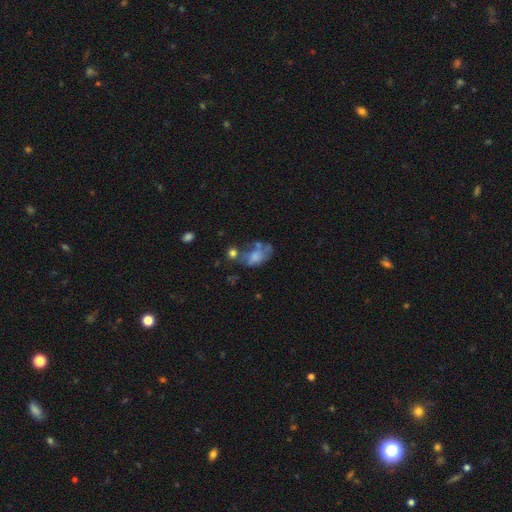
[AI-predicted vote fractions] A smooth galaxy with no disk features (47%).

Vote fractions:
- Smooth or featured? smooth: 47% / featured or disk: 41% / star or artifact: 12%
- Merging? major disturbance: 29% / merger: 26% / none: 25% / minor disturbance: 20%